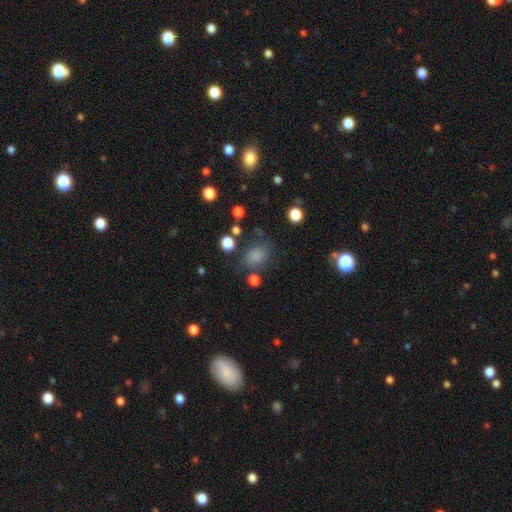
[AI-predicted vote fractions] Q: Smooth or featured?
A: smooth (78%); runner-up: star or artifact (16%)
Q: How rounded?
A: in between (52%); runner-up: round (46%)
Q: Merging?
A: none (70%); runner-up: minor disturbance (17%)